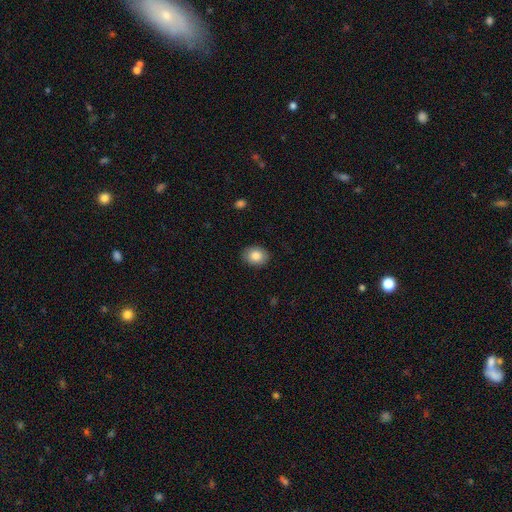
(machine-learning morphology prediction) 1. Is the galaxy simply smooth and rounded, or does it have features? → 85% smooth, 8% star or artifact, 7% featured or disk.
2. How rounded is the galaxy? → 59% in between, 40% round, 1% cigar-shaped.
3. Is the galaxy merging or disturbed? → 88% none, 9% minor disturbance, 2% major disturbance, 1% merger.